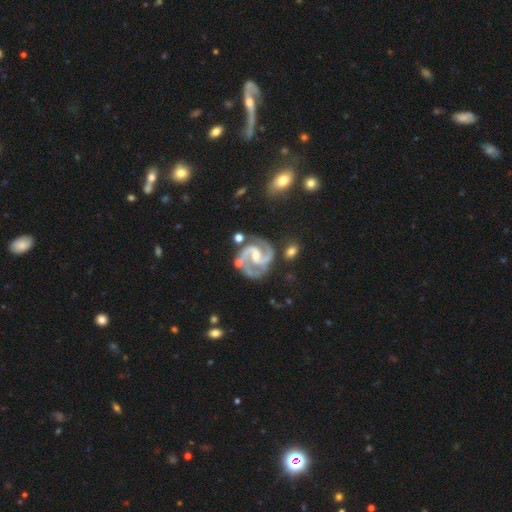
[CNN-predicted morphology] featured or disk 93%, star or artifact 4%, smooth 3%. Down the decision tree: edge-on disk — no (98%); bar — weak (48%); spiral arms — yes (98%); spiral arm count — 2 (90%); spiral winding — medium (64%); bulge size — small (52%); merging — none (66%).